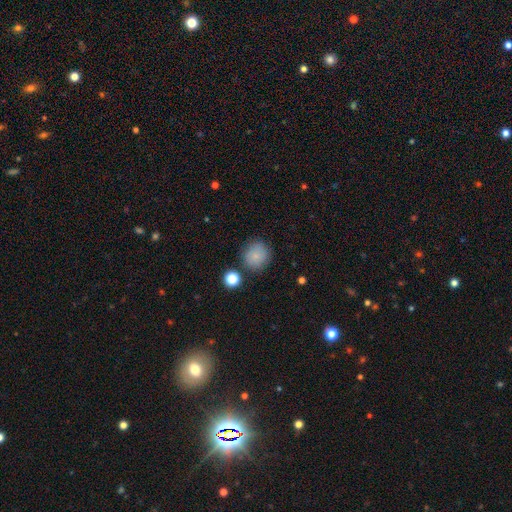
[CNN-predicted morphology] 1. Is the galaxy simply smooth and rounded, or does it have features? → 83% smooth, 10% star or artifact, 7% featured or disk.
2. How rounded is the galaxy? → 91% round, 8% in between, 1% cigar-shaped.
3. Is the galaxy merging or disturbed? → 83% none, 10% minor disturbance, 4% merger, 3% major disturbance.